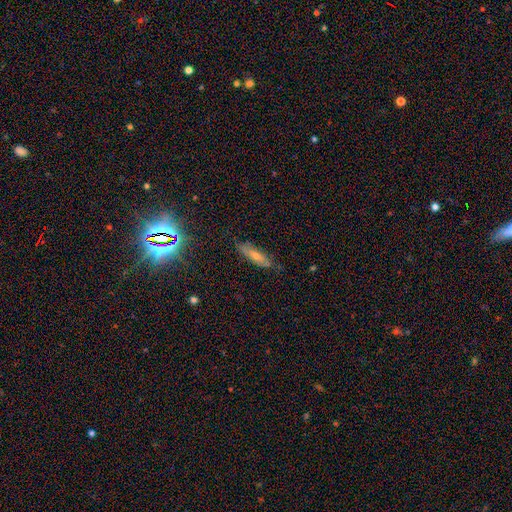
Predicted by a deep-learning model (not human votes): smooth-or-featured: featured or disk: 41% | smooth: 38% | star or artifact: 21%
  merging: none: 77% | minor disturbance: 18% | major disturbance: 4% | merger: 2%